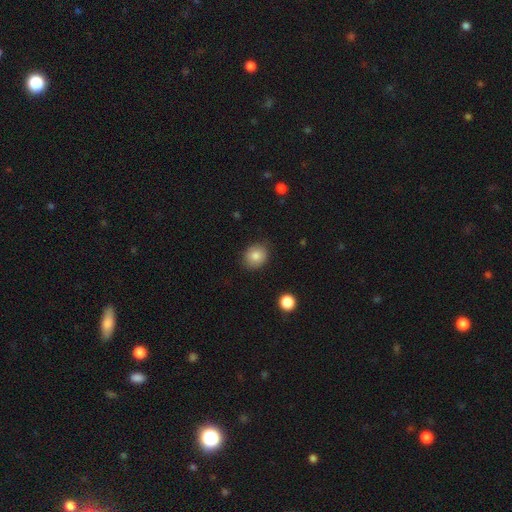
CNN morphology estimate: This is clearly a smooth galaxy (83%). How rounded: likely round (64%). Merging: clearly none (83%).